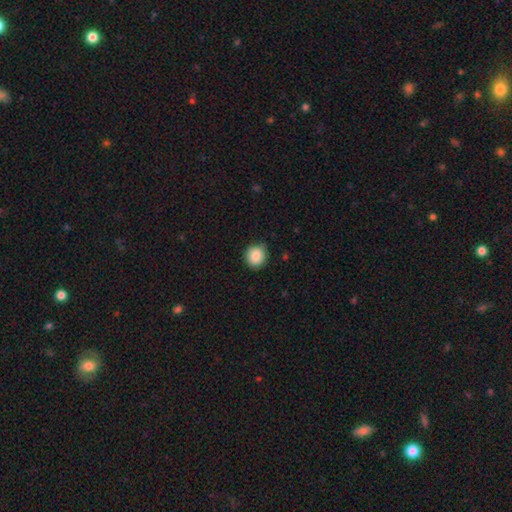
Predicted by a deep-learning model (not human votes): The model was most divided on "merging": none: 85%, minor disturbance: 12%, major disturbance: 2%, merger: 1%. More confident: how rounded — round (88%); smooth or featured — smooth (87%).